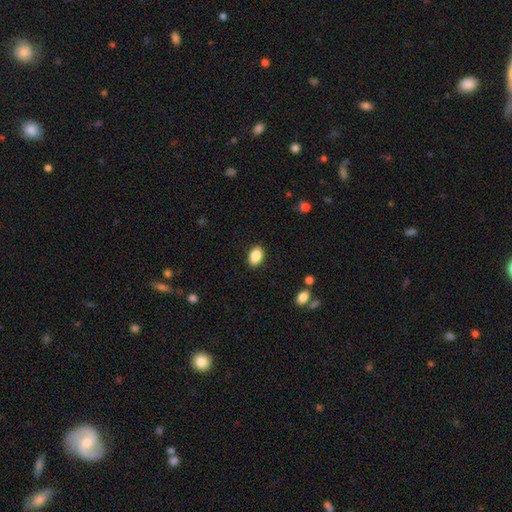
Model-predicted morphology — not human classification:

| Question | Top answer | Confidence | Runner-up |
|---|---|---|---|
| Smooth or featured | smooth | 88% | star or artifact (8%) |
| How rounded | in between | 87% | round (11%) |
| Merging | none | 89% | minor disturbance (8%) |